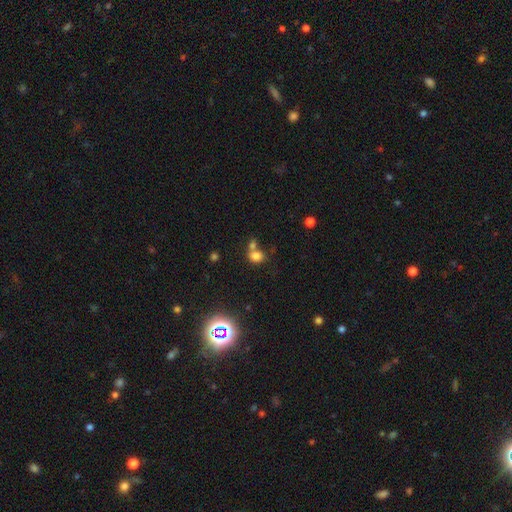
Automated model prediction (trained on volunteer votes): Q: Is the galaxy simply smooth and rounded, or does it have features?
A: smooth — 74%.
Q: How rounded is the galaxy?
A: round — 59%.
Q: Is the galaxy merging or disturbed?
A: merger — 43%, tied with none.